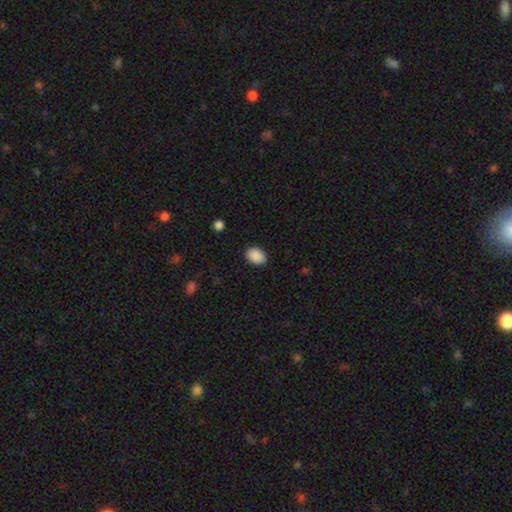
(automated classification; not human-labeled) smooth 90%, star or artifact 7%, featured or disk 3%. Down the decision tree: how rounded — in between (78%); merging — none (88%).